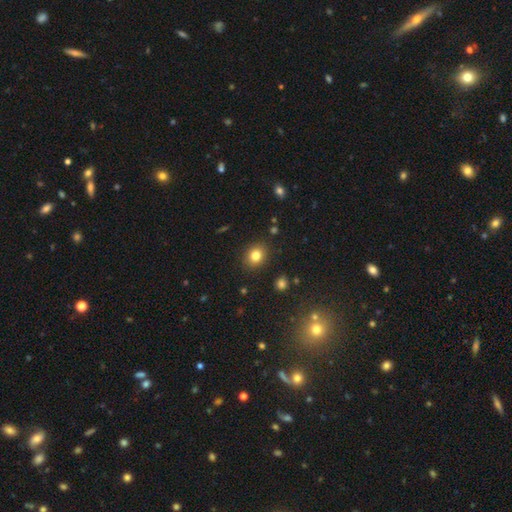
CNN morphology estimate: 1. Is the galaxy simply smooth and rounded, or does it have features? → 80% smooth, 12% star or artifact, 8% featured or disk.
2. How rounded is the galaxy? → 59% round, 40% in between, 1% cigar-shaped.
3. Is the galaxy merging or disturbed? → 88% none, 8% minor disturbance, 2% major disturbance, 2% merger.